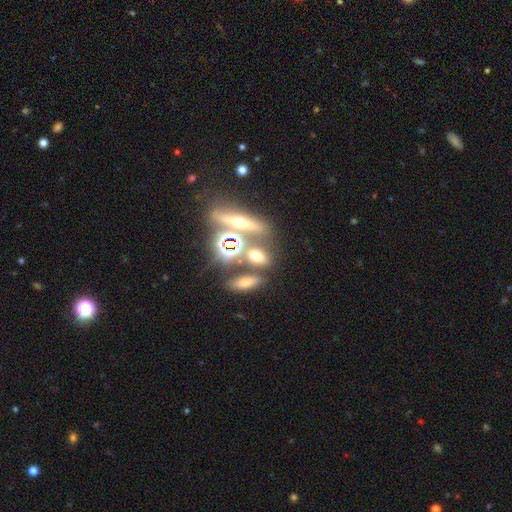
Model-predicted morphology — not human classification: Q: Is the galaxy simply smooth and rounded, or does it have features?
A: smooth — 53%.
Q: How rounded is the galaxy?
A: in between — 60%.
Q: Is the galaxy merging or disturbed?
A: none — 57%.